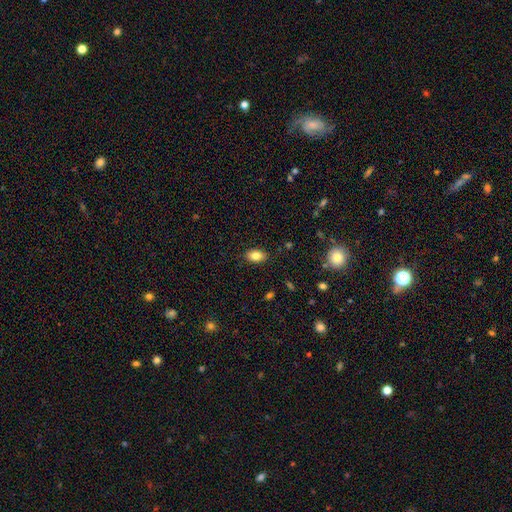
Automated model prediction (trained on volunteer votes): A smooth galaxy with no disk features (83%) that is in between round and cigar-shaped (88%).

Vote fractions:
- Smooth or featured? smooth: 83% / star or artifact: 9% / featured or disk: 8%
- How rounded? in between: 88% / round: 10% / cigar-shaped: 2%
- Merging? none: 87% / minor disturbance: 10% / major disturbance: 2% / merger: 1%